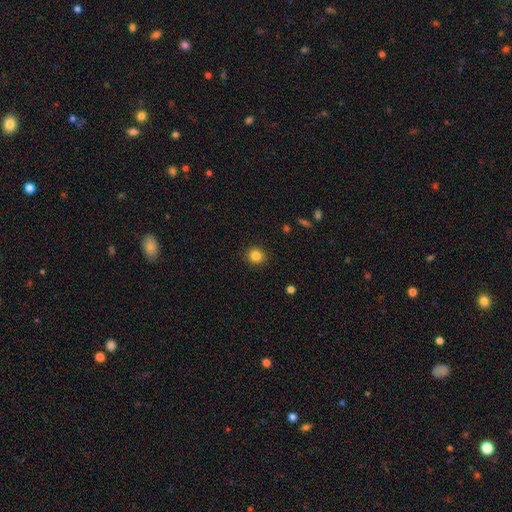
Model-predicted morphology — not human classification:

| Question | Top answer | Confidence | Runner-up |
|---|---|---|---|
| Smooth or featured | smooth | 84% | star or artifact (12%) |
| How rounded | round | 88% | in between (11%) |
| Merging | none | 90% | minor disturbance (7%) |